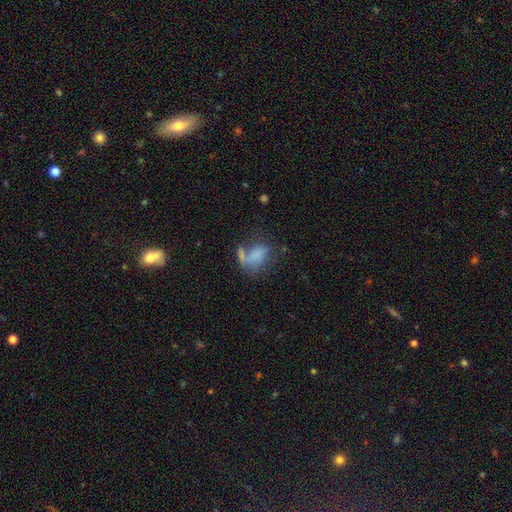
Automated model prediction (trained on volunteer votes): Morphology: type=smooth (67%); roundness=in between (81%); merging=none (31%).